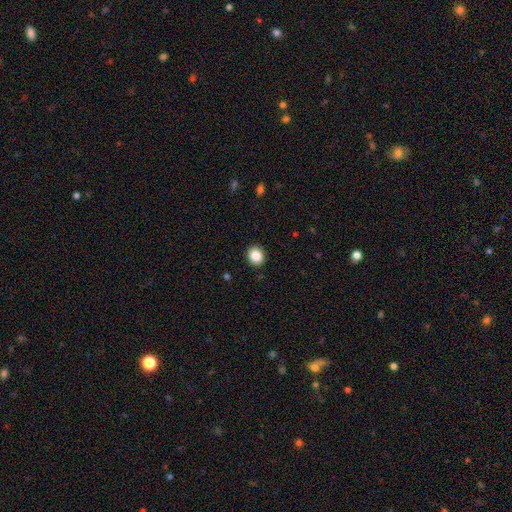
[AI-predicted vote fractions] This is clearly a smooth galaxy (87%). How rounded: likely round (67%). Merging: clearly none (91%).